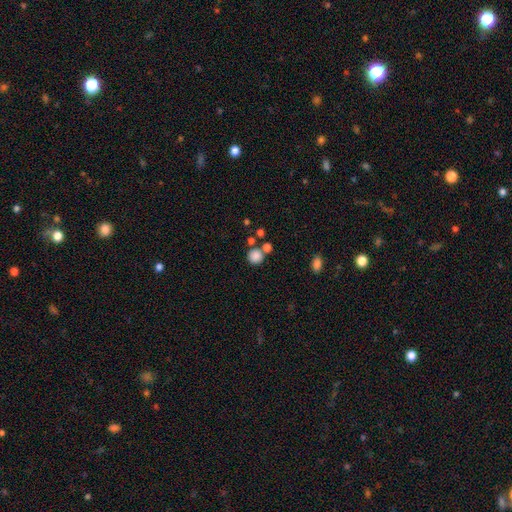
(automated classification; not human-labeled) Smooth or featured: smooth — 84% (star or artifact — 11%)
How rounded: round — 91% (in between — 8%)
Merging: none — 66% (merger — 20%)